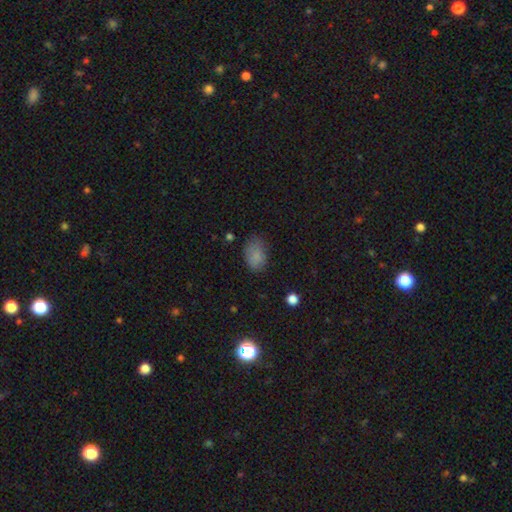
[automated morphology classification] smooth_or_featured: smooth (p=0.81) [alt: star or artifact p=0.11]
how_rounded: in between (p=0.86) [alt: round p=0.13]
merging: none (p=0.68) [alt: minor disturbance p=0.24]